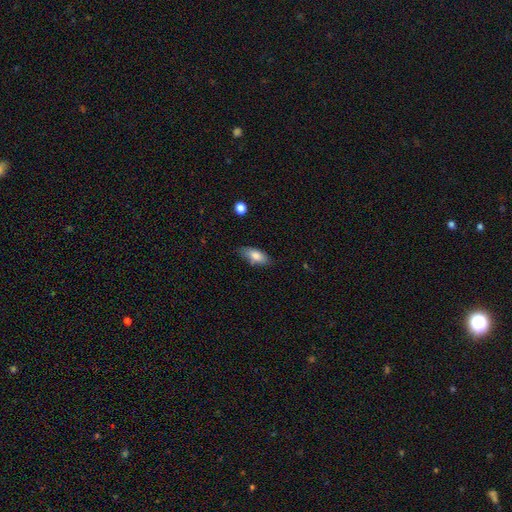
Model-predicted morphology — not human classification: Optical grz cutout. It shows a smooth galaxy with no disk features (80%) that is in between round and cigar-shaped (83%). Merging: none (74%).